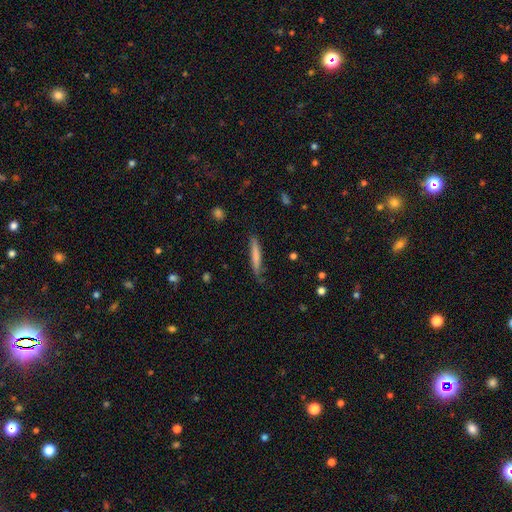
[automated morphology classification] smooth-or-featured: smooth: 71% | featured or disk: 24% | star or artifact: 6%
  how-rounded: cigar-shaped: 94% | in between: 5% | round: 1%
  merging: none: 76% | minor disturbance: 19% | major disturbance: 3% | merger: 2%